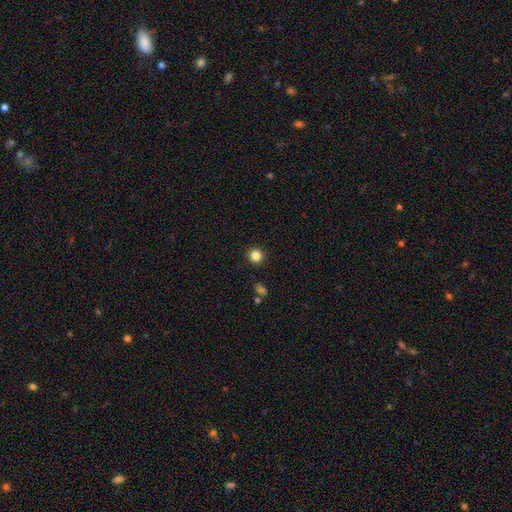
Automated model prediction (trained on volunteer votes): Overall: smooth (84%). How rounded: round (93%). Merging: none (92%).